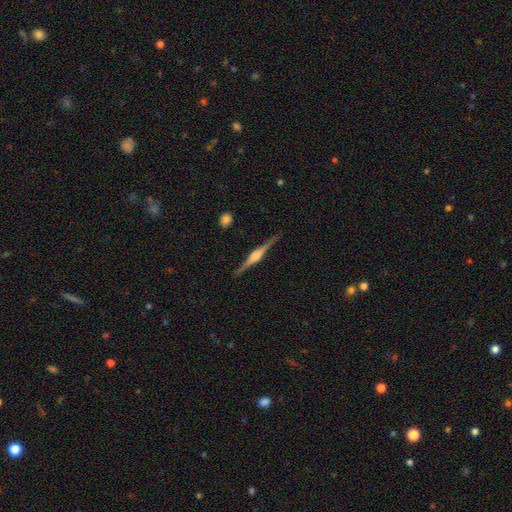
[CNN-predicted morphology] featured or disk 85%, smooth 10%, star or artifact 5%. Down the decision tree: edge-on disk — yes (98%); edge-on bulge — rounded (79%); merging — none (90%).